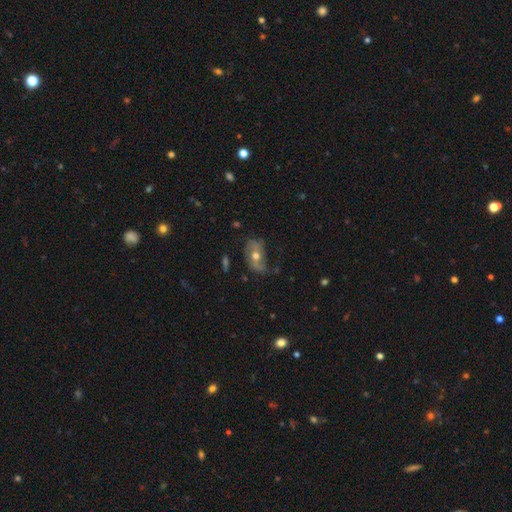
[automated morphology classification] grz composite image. It shows a featured or disk galaxy (49%). Merging: none (49%).